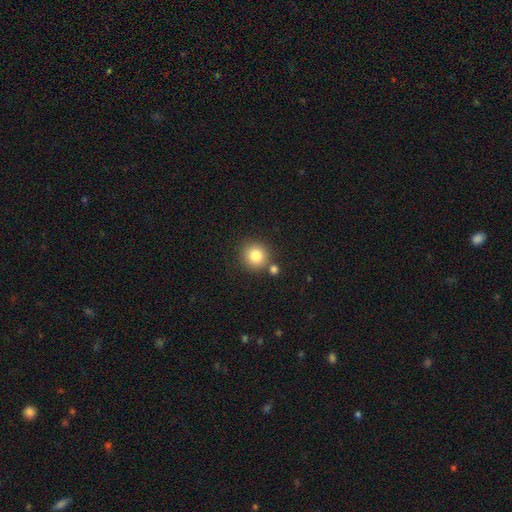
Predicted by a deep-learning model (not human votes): A smooth galaxy with no disk features (82%) that is round (90%). Merging: none (76%).